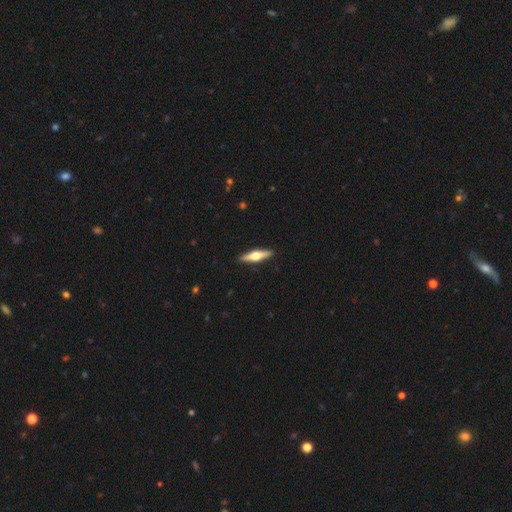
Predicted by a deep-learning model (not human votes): A featured or disk galaxy (63%) viewed edge-on (96%) with a rounded central bulge (96%).

Vote fractions:
- Smooth or featured? featured or disk: 63% / smooth: 32% / star or artifact: 5%
- Edge-on disk? yes: 96% / no: 4%
- Edge-on bulge? rounded: 96% / boxy: 3% / none: 2%
- Merging? none: 91% / minor disturbance: 6% / major disturbance: 1% / merger: 1%